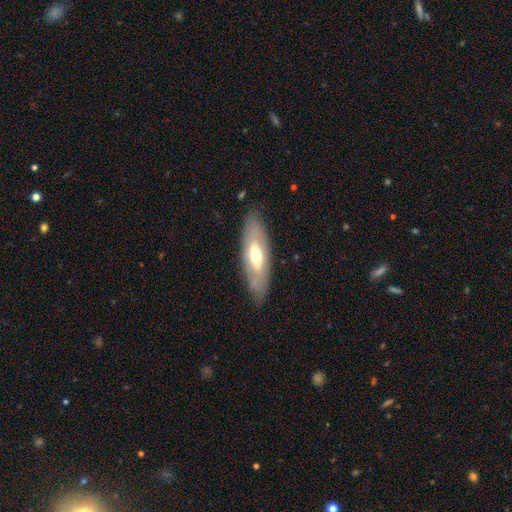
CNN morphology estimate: Smooth or featured? Predicted: featured or disk (p=0.51). Edge-on disk? Predicted: no (p=0.70). Merging? Predicted: none (p=0.81).